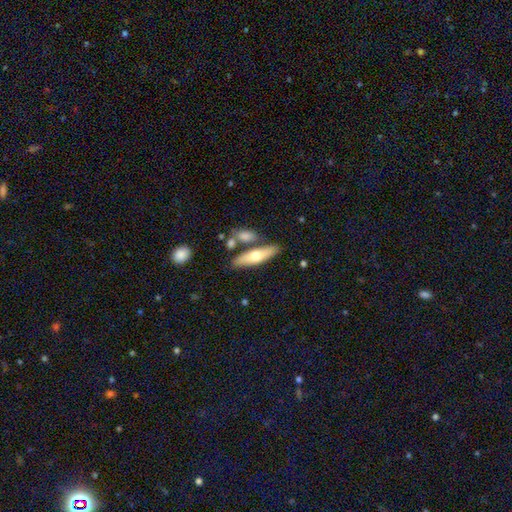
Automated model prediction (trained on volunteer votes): The model was most divided on "smooth or featured": smooth: 58%, featured or disk: 37%, star or artifact: 5%. More confident: merging — none (69%); how rounded — cigar-shaped (62%).